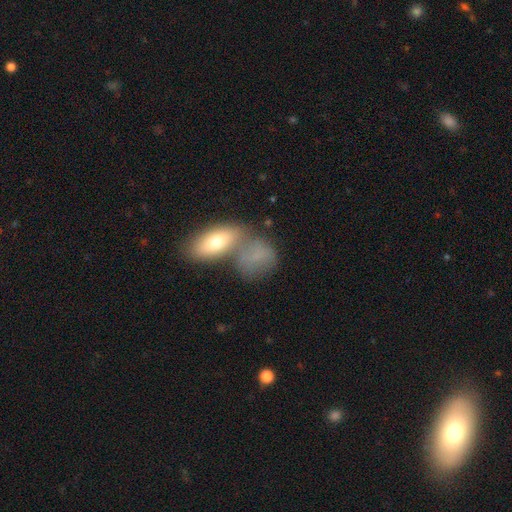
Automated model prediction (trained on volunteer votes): smooth-or-featured: smooth: 72% | featured or disk: 18% | star or artifact: 9%
  how-rounded: in between: 64% | round: 30% | cigar-shaped: 6%
  merging: merger: 43% | none: 34% | minor disturbance: 14% | major disturbance: 8%